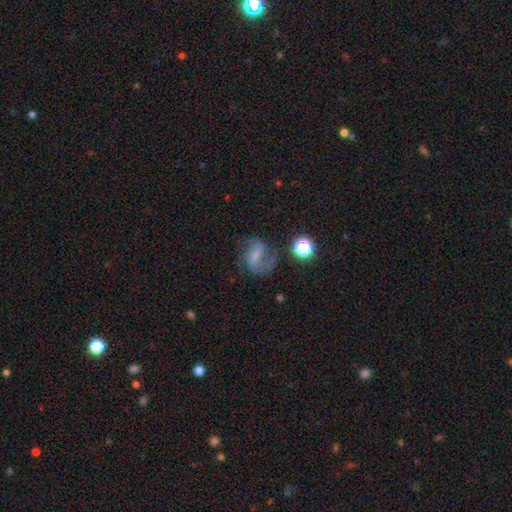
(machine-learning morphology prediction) type=featured or disk (69%); edge-on=no (97%); bar=weak (48%); spiral arms=yes (90%); winding=medium (45%); arm count=2 (81%); bulge=small (35%); merging=none (59%).